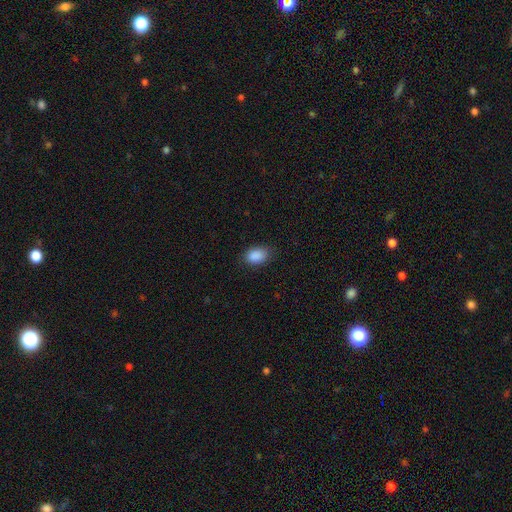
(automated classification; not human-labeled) smooth_or_featured: smooth (p=0.89) [alt: star or artifact p=0.08]
how_rounded: in between (p=0.84) [alt: round p=0.15]
merging: none (p=0.82) [alt: minor disturbance p=0.14]